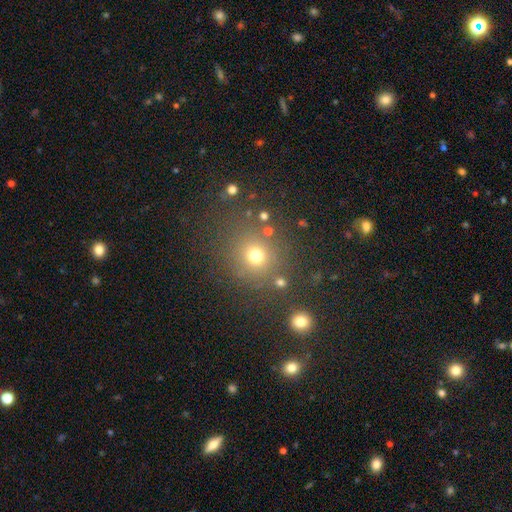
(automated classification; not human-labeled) This appears to be a smooth galaxy with no disk features (72%) that is round (89%). Merging: none (80%).